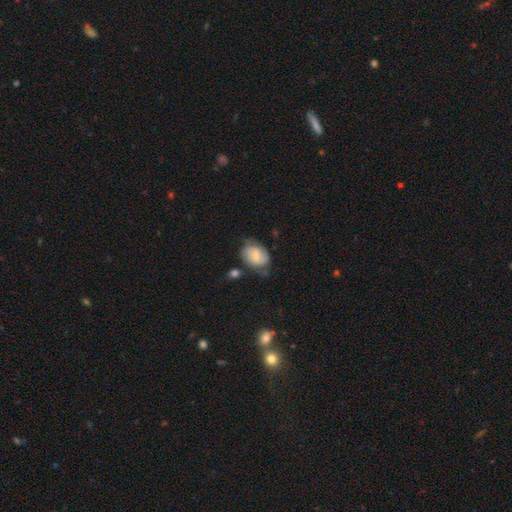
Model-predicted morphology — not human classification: smooth-or-featured: smooth: 53% | featured or disk: 39% | star or artifact: 7%
  how-rounded: in between: 66% | round: 33% | cigar-shaped: 1%
  merging: none: 58% | minor disturbance: 28% | major disturbance: 9% | merger: 5%